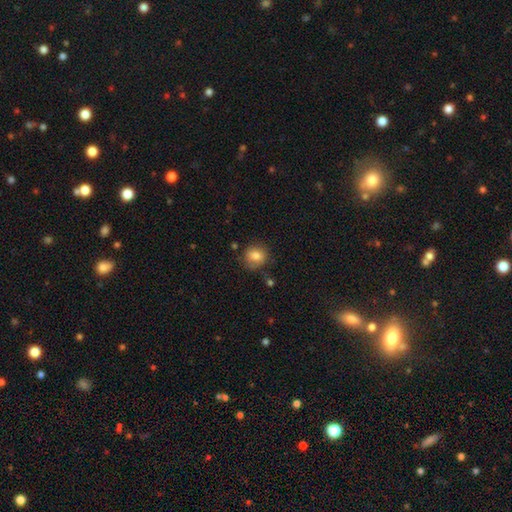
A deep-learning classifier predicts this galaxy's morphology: Smooth or featured? smooth (81%)
How rounded? round (75%)
Merging? none (73%)